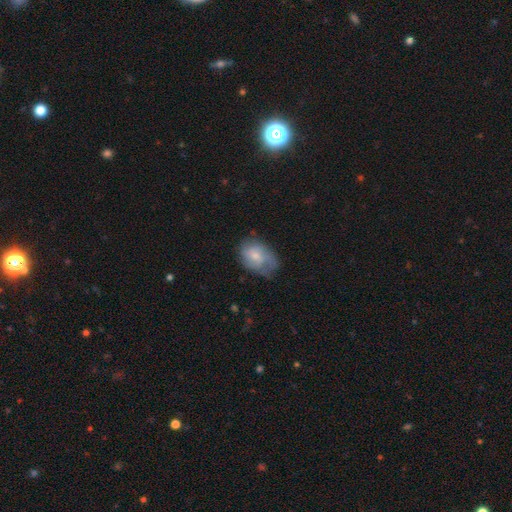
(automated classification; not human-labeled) Smooth or featured? Predicted: smooth (p=0.57). How rounded? Predicted: in between (p=0.78). Merging? Predicted: none (p=0.47).